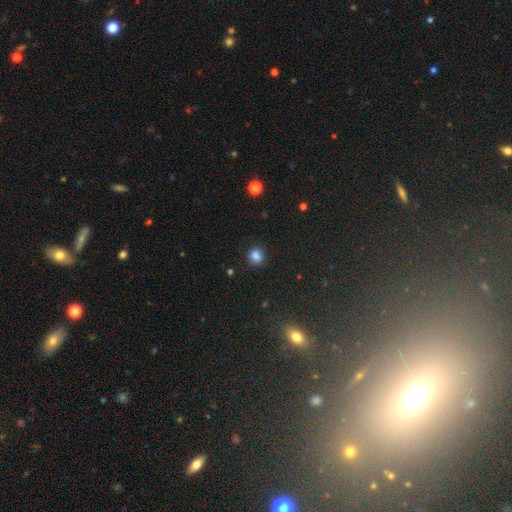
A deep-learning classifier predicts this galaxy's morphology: Smooth or featured?
  - smooth: 83% *
  - star or artifact: 12%
  - featured or disk: 4%
How rounded?
  - round: 75% *
  - in between: 24%
  - cigar-shaped: 1%
Merging?
  - none: 85% *
  - minor disturbance: 11%
  - major disturbance: 3%
  - merger: 2%